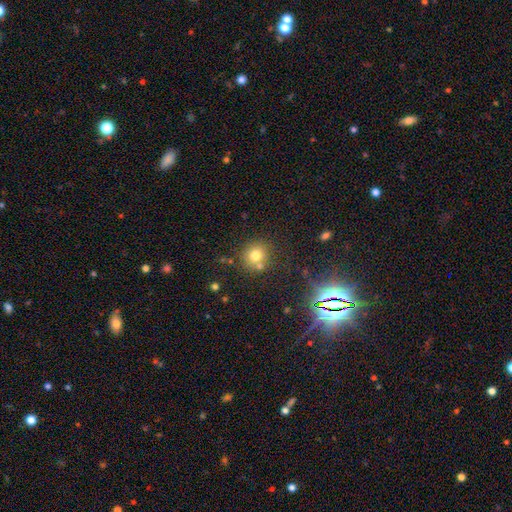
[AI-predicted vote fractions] The model was most divided on "merging": none: 70%, merger: 16%, minor disturbance: 10%, major disturbance: 4%. More confident: how rounded — round (88%); smooth or featured — smooth (74%).